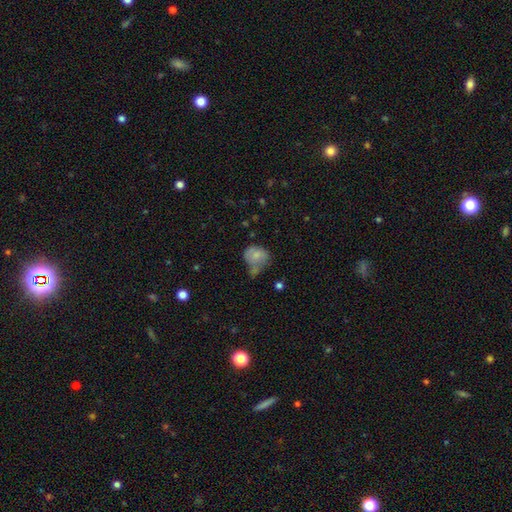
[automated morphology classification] Smooth or featured?
  - smooth: 75% *
  - featured or disk: 16%
  - star or artifact: 9%
How rounded?
  - round: 55% *
  - in between: 44%
  - cigar-shaped: 1%
Merging?
  - none: 34% *
  - minor disturbance: 27%
  - merger: 23%
  - major disturbance: 16%